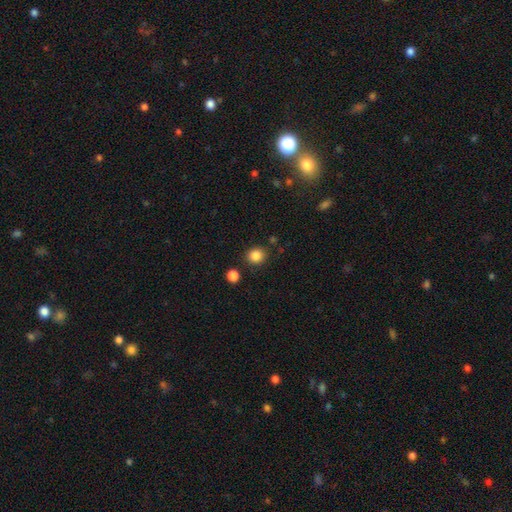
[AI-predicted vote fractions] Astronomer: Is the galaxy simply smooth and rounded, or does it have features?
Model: smooth — 85%.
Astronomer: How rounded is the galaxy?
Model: round — 82%.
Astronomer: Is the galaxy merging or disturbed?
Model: none — 85%.